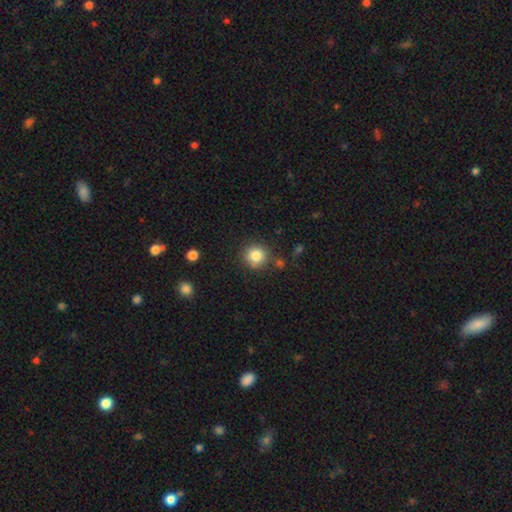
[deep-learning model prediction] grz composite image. It shows a smooth galaxy with no disk features (84%) that is round (93%). Merging: none (82%).